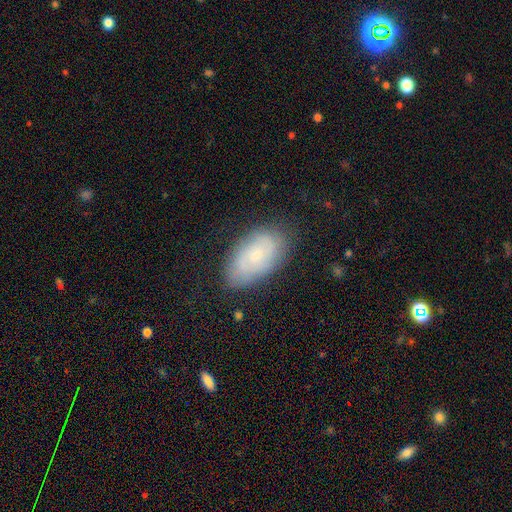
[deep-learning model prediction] smooth-or-featured: featured or disk: 49% | smooth: 43% | star or artifact: 8%
  merging: none: 77% | minor disturbance: 17% | major disturbance: 5% | merger: 1%